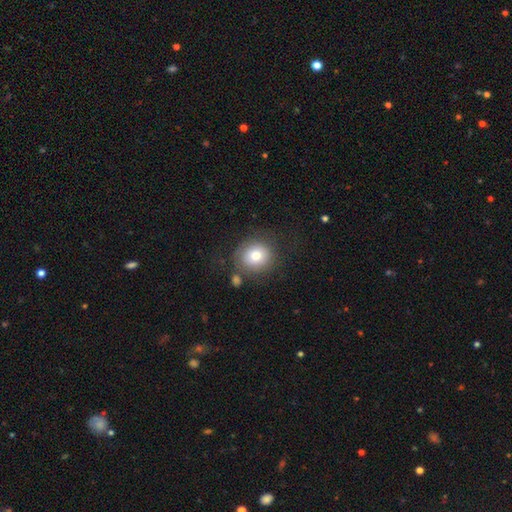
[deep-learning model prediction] smooth 77%, featured or disk 14%, star or artifact 9%. Down the decision tree: how rounded — round (83%); merging — none (71%).